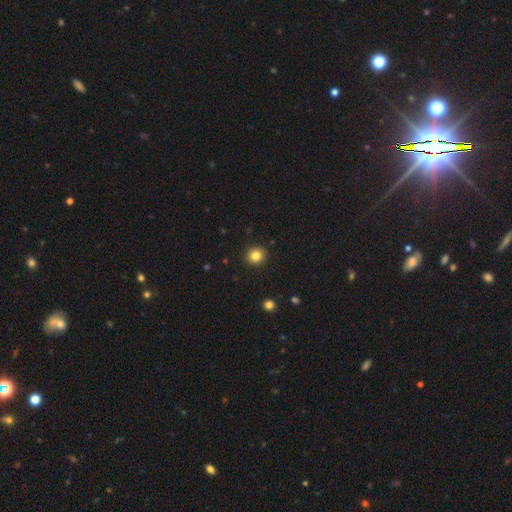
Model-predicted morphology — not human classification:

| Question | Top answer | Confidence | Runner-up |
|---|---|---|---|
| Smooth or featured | smooth | 83% | star or artifact (11%) |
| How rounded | round | 88% | in between (11%) |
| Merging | none | 92% | minor disturbance (5%) |